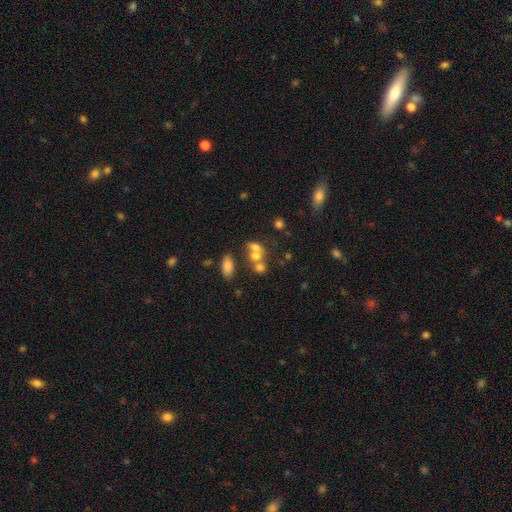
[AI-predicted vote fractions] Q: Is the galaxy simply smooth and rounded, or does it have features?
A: smooth — 63%.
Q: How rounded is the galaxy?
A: in between — 50%.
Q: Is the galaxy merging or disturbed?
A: merger — 54%.